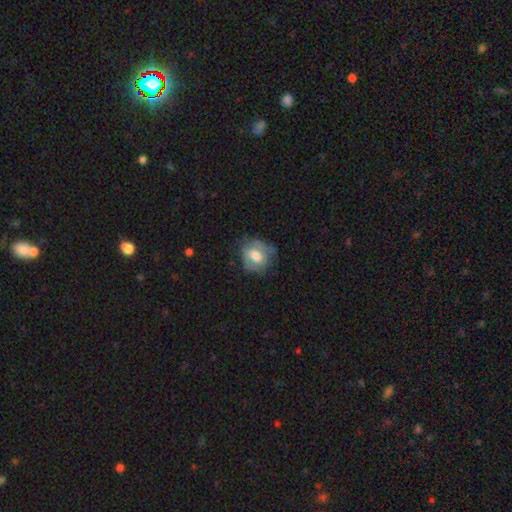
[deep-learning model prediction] This is possibly a smooth galaxy (57%). How rounded: possibly round (58%). Merging: possibly none (57%).